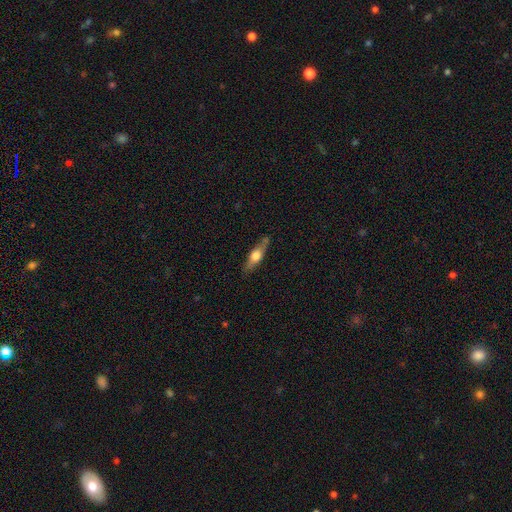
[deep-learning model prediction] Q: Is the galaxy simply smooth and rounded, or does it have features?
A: featured or disk — 47%, tied with smooth.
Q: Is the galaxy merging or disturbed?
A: none — 77%.